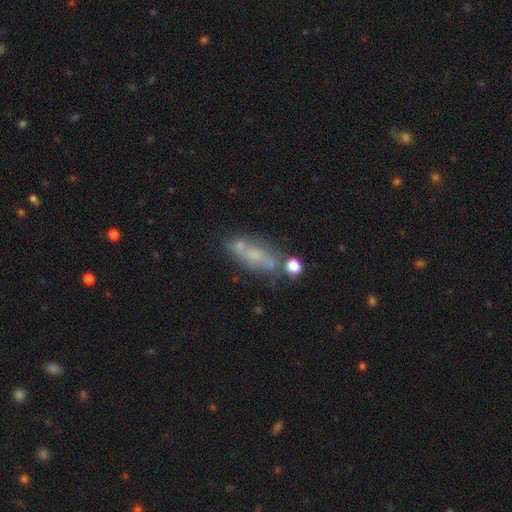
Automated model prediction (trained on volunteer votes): smooth-or-featured: featured or disk: 46% | smooth: 40% | star or artifact: 14%
  merging: none: 51% | minor disturbance: 21% | merger: 17% | major disturbance: 11%